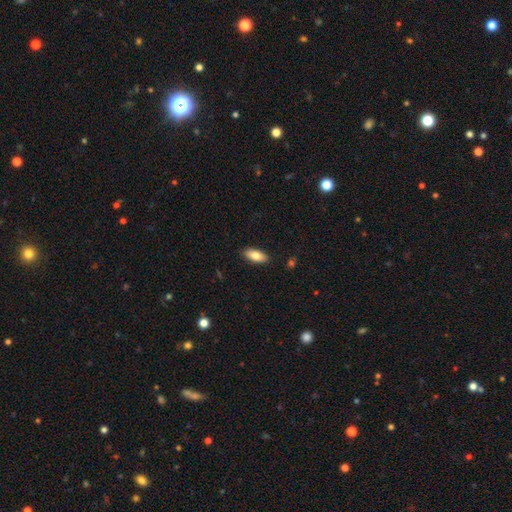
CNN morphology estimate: Smooth or featured?
  - smooth: 79% *
  - featured or disk: 14%
  - star or artifact: 6%
How rounded?
  - in between: 84% *
  - cigar-shaped: 14%
  - round: 2%
Merging?
  - none: 89% *
  - minor disturbance: 8%
  - major disturbance: 2%
  - merger: 1%